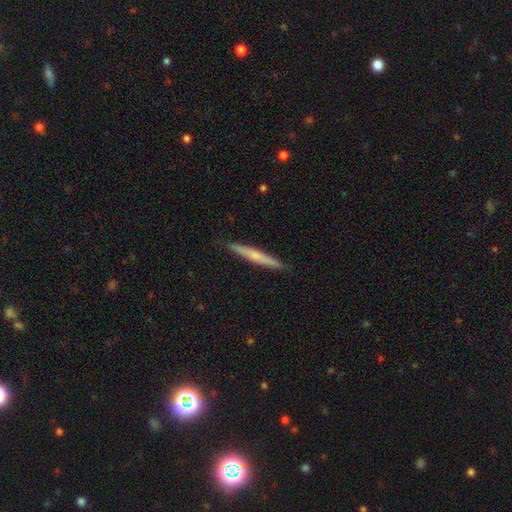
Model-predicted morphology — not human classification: type=smooth (50%); merging=none (91%).